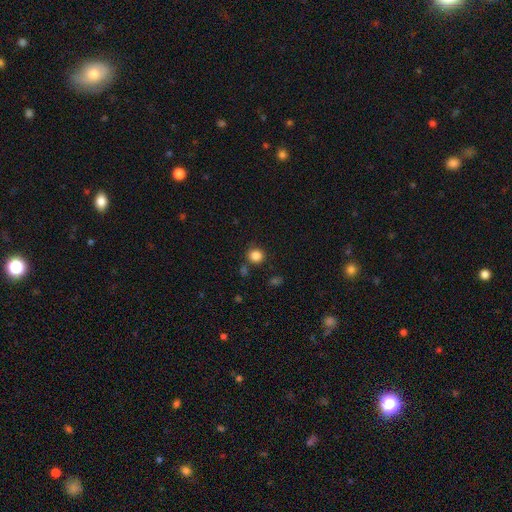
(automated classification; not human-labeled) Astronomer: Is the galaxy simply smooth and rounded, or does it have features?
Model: smooth — 85%.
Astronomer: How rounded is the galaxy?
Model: round — 90%.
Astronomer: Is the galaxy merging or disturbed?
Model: none — 83%.